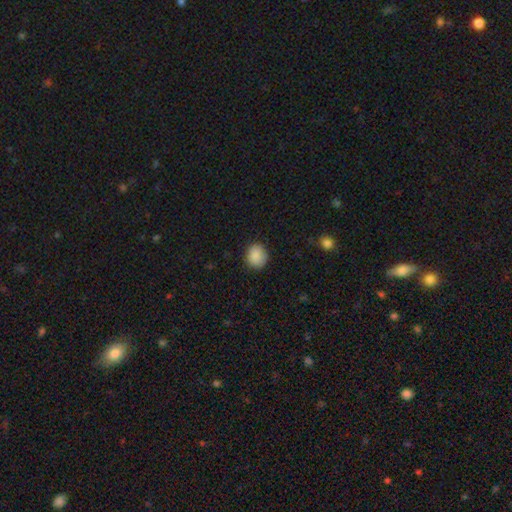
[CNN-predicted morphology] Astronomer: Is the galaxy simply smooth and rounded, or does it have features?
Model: smooth — 88%.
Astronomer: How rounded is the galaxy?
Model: round — 74%.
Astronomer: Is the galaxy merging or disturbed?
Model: none — 85%.